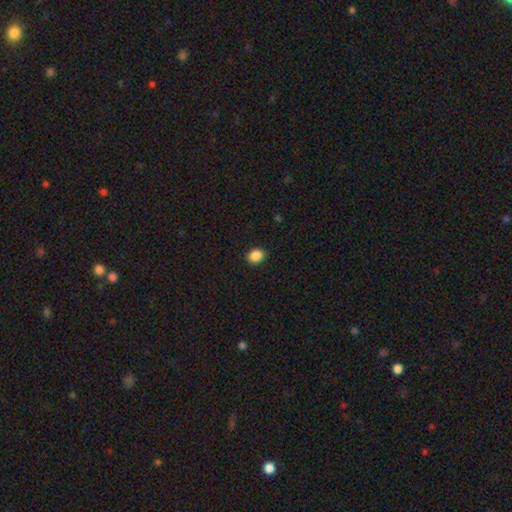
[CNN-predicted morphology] A smooth galaxy with no disk features (88%) that is round (62%). Merging: none (91%).